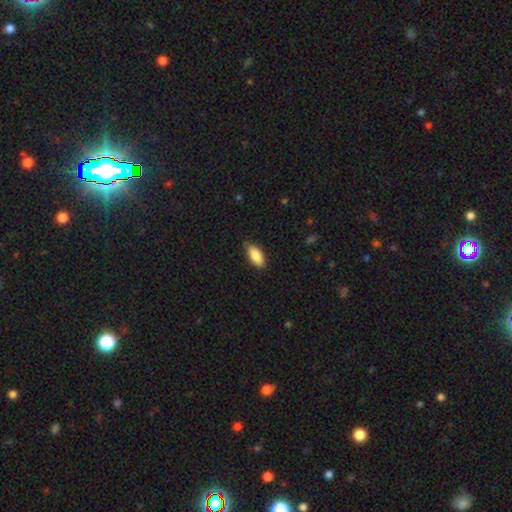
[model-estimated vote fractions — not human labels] This appears to be a smooth galaxy with no disk features (87%) that is in between round and cigar-shaped (87%). Merging: none (79%).